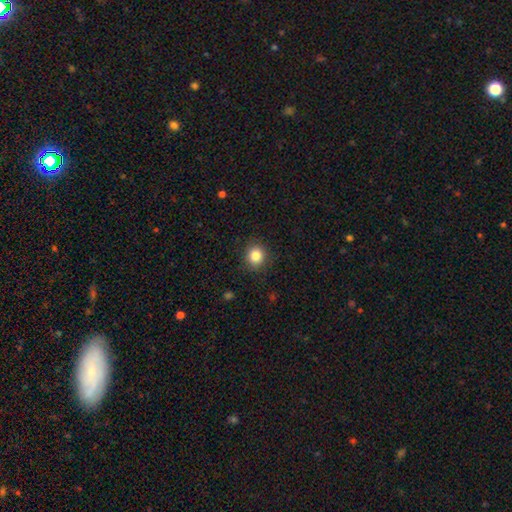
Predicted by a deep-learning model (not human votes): A smooth galaxy with no disk features (84%) that is round (85%).

Vote fractions:
- Smooth or featured? smooth: 84% / star or artifact: 11% / featured or disk: 5%
- How rounded? round: 85% / in between: 14% / cigar-shaped: 1%
- Merging? none: 89% / minor disturbance: 8% / major disturbance: 3% / merger: 1%